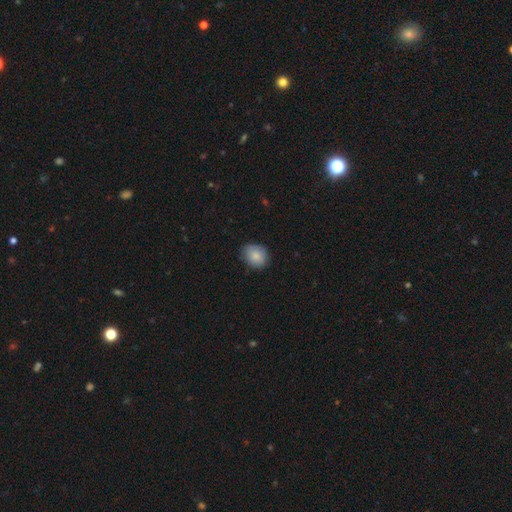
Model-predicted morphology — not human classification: Q: Smooth or featured?
A: smooth (84%); runner-up: featured or disk (8%)
Q: How rounded?
A: round (61%); runner-up: in between (38%)
Q: Merging?
A: none (76%); runner-up: minor disturbance (19%)